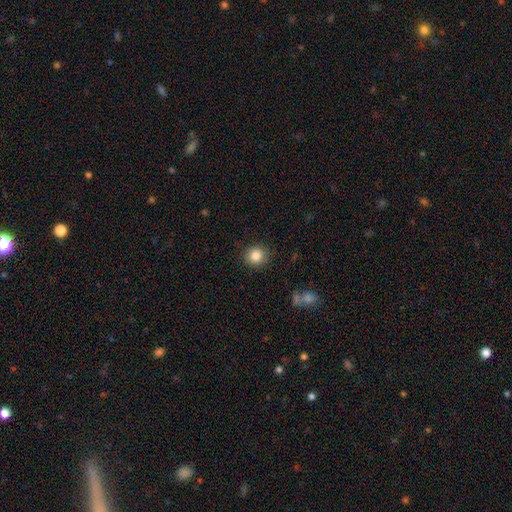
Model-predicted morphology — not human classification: Smooth or featured?
  - smooth: 84% *
  - star or artifact: 10%
  - featured or disk: 6%
How rounded?
  - round: 86% *
  - in between: 13%
  - cigar-shaped: 1%
Merging?
  - none: 88% *
  - minor disturbance: 8%
  - major disturbance: 2%
  - merger: 1%